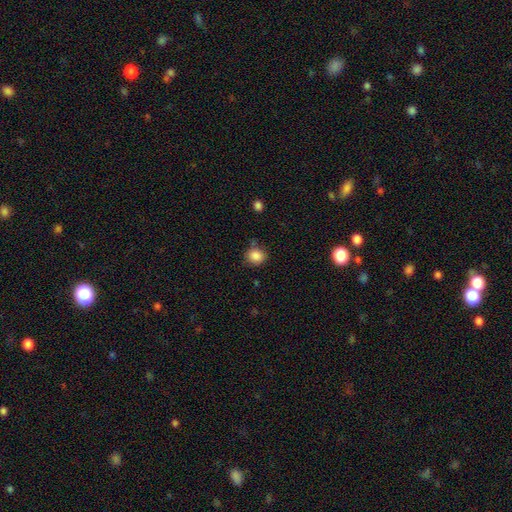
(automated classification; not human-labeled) Q: Smooth or featured?
A: smooth (87%); runner-up: star or artifact (9%)
Q: How rounded?
A: round (77%); runner-up: in between (22%)
Q: Merging?
A: none (77%); runner-up: minor disturbance (15%)